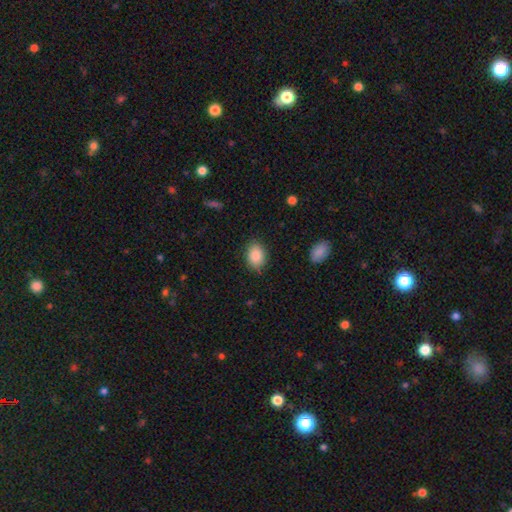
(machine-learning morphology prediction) Q: Smooth or featured?
A: smooth (88%); runner-up: star or artifact (7%)
Q: How rounded?
A: in between (70%); runner-up: round (29%)
Q: Merging?
A: none (83%); runner-up: minor disturbance (13%)